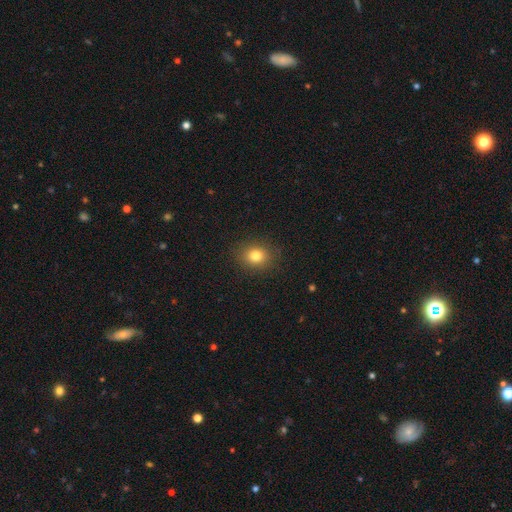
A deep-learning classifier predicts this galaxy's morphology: Smooth or featured? smooth (80%)
How rounded? round (67%)
Merging? none (89%)